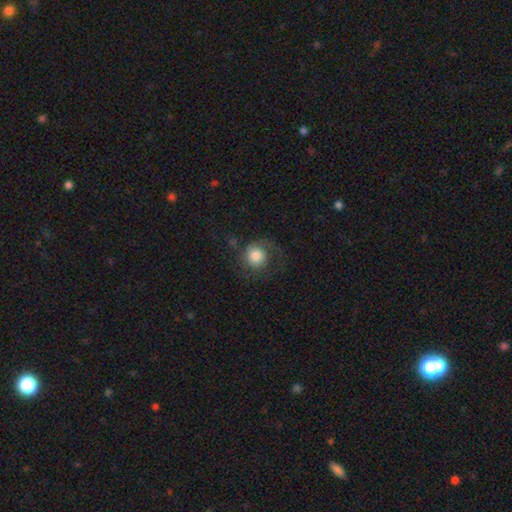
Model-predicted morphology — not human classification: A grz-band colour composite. It shows a smooth galaxy with no disk features (63%) that is round (87%). Merging: none (51%).